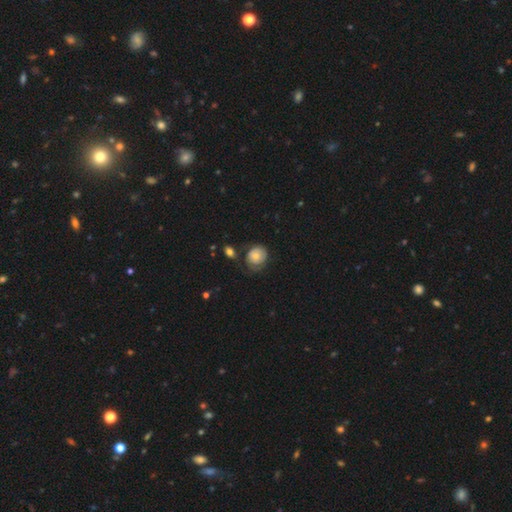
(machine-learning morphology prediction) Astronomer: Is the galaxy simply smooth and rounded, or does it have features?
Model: smooth — 64%.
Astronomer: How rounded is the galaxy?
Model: round — 72%.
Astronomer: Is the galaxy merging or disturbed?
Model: none — 56%.